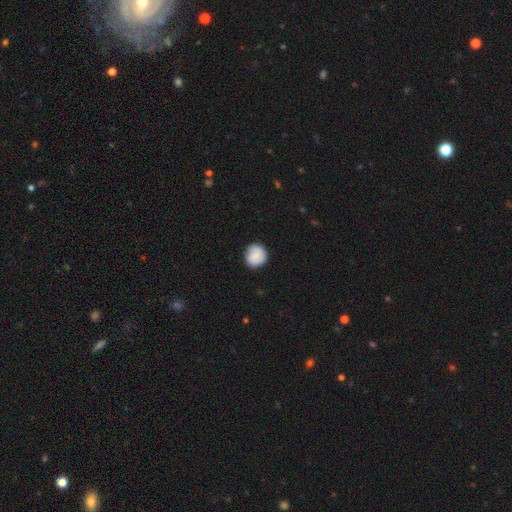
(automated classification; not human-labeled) Morphology: type=smooth (82%); roundness=round (88%); merging=none (85%).